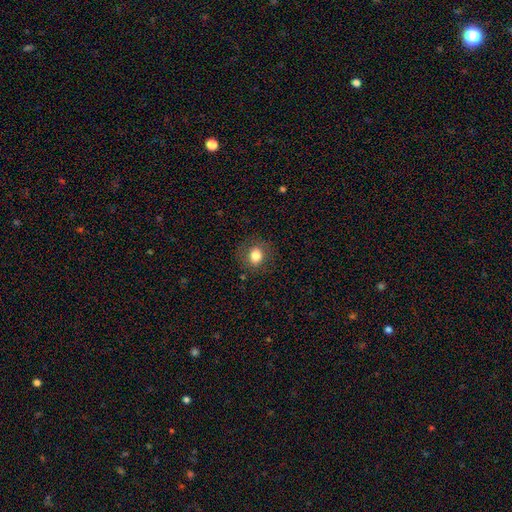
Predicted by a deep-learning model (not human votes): The model was most divided on "how rounded": round: 73%, in between: 26%, cigar-shaped: 1%. More confident: merging — none (85%); smooth or featured — smooth (80%).